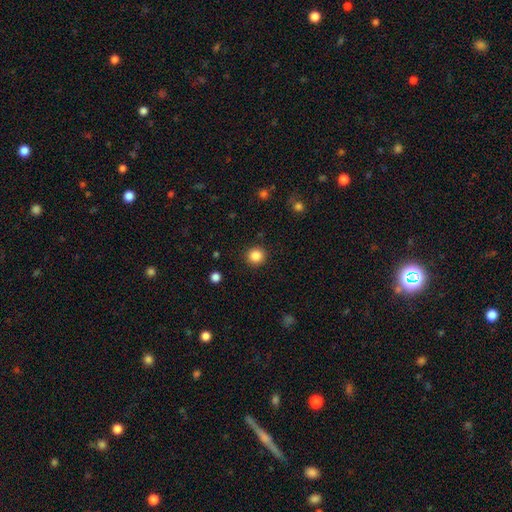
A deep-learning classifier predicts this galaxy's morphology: Smooth or featured? smooth (85%)
How rounded? round (93%)
Merging? none (92%)